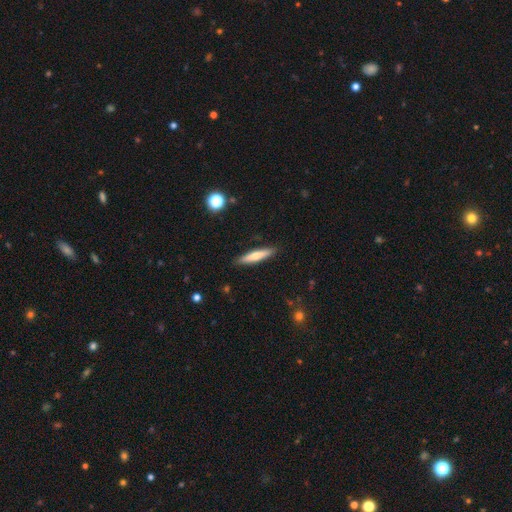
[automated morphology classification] Smooth or featured: smooth — 62% (featured or disk — 32%)
How rounded: cigar-shaped — 87% (in between — 12%)
Merging: none — 90% (minor disturbance — 7%)